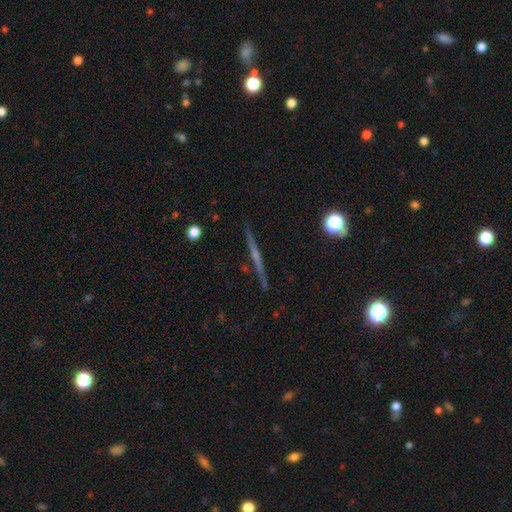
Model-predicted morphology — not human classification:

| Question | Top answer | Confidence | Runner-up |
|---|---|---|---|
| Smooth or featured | featured or disk | 63% | smooth (21%) |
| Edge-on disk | yes | 94% | no (6%) |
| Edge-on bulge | rounded | 55% | none (34%) |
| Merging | none | 87% | minor disturbance (8%) |